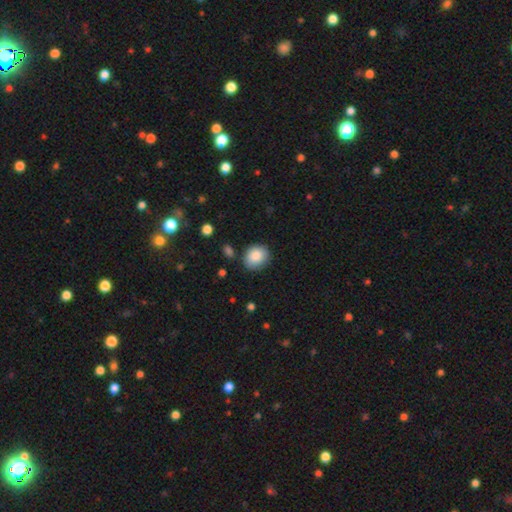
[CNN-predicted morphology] Smooth or featured: smooth — 86% (star or artifact — 8%)
How rounded: round — 67% (in between — 32%)
Merging: none — 81% (minor disturbance — 13%)